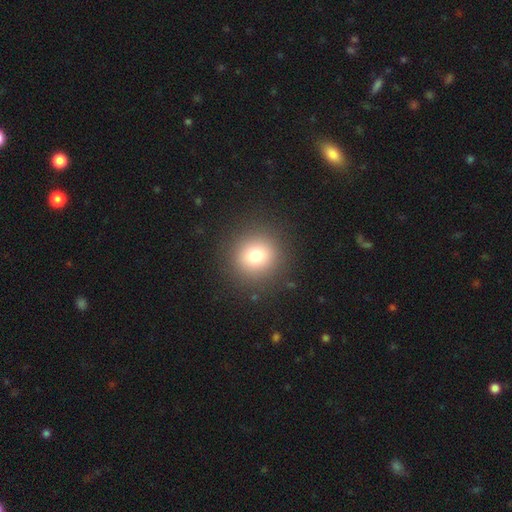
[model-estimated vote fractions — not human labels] Smooth or featured? Predicted: smooth (p=0.75). How rounded? Predicted: round (p=0.93). Merging? Predicted: none (p=0.89).